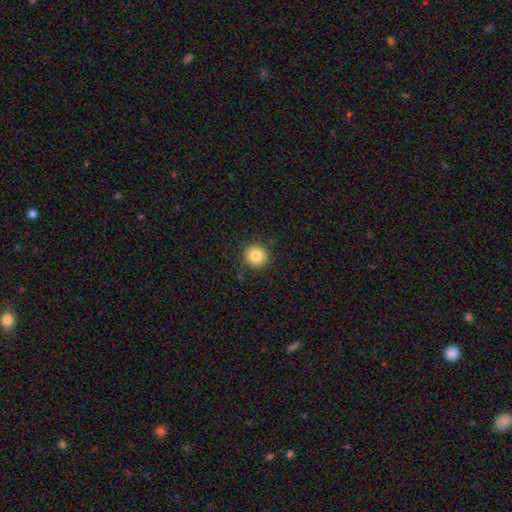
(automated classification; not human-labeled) Overall: smooth (83%). How rounded: round (93%). Merging: none (85%).